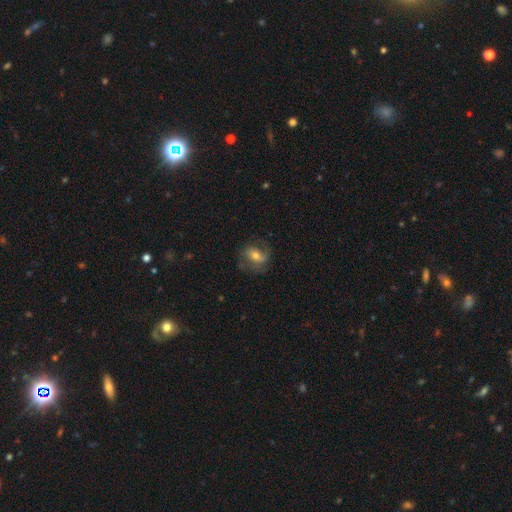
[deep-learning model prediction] Smooth or featured? featured or disk (52%)
Edge-on disk? no (95%)
Merging? none (62%)